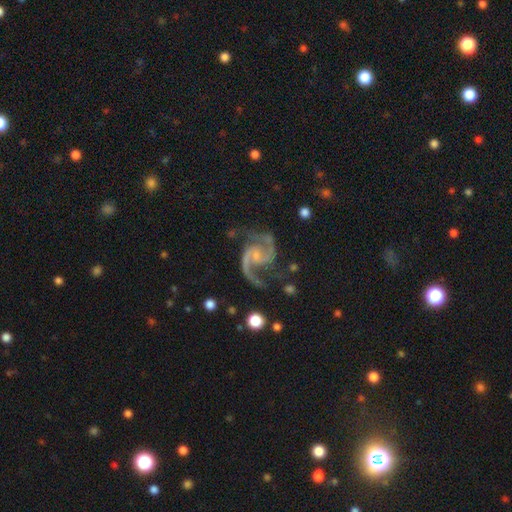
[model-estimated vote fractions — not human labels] A featured or disk galaxy (94%) with no bar (54%), 2 (94%) medium (63%) spiral arms (99%) and a small central bulge (62%).

Vote fractions:
- Smooth or featured? featured or disk: 94% / star or artifact: 4% / smooth: 2%
- Edge-on disk? no: 98% / yes: 2%
- Bar? no: 54% / weak: 36% / strong: 10%
- Spiral arms? yes: 99% / no: 1%
- Spiral winding? medium: 63% / loose: 26% / tight: 11%
- Spiral arm count? 2: 94% / 3: 2% / can't tell: 1% / 1: 1% / 4: 1% / more than 4: 1%
- Bulge size? small: 62% / none: 18% / moderate: 18% / large: 2% / dominant: 1%
- Merging? none: 70% / minor disturbance: 18% / major disturbance: 10% / merger: 2%